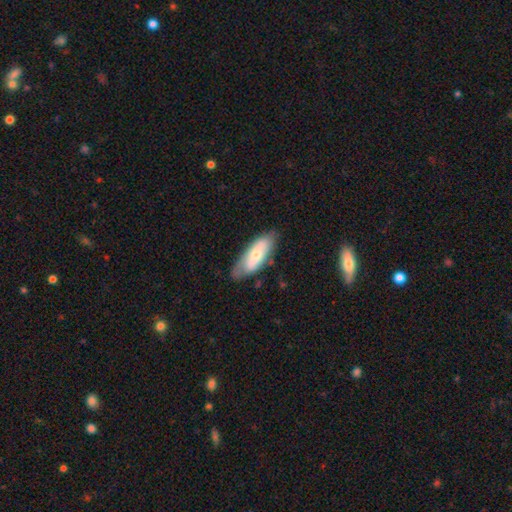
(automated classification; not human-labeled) smooth 55%, featured or disk 39%, star or artifact 6%. Down the decision tree: how rounded — in between (72%); merging — none (67%).